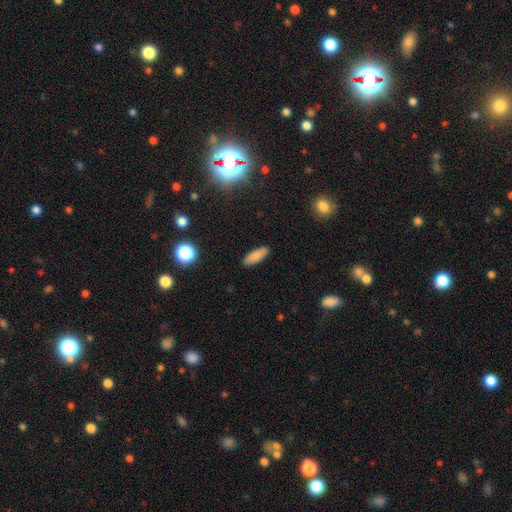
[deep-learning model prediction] smooth 85%, star or artifact 9%, featured or disk 7%. Down the decision tree: how rounded — in between (63%); merging — none (88%).